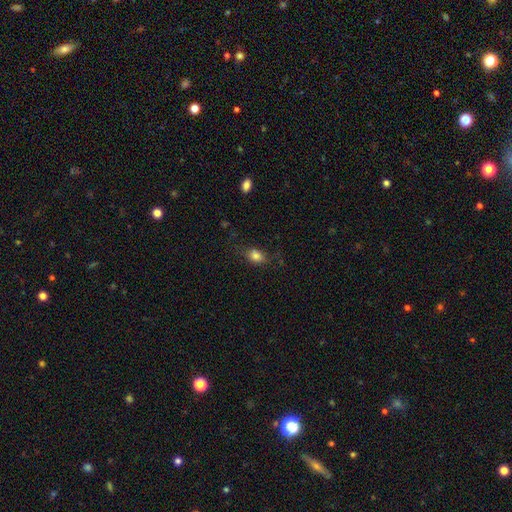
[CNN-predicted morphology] The model was most divided on "how rounded": in between: 71%, round: 27%, cigar-shaped: 2%. More confident: smooth or featured — smooth (81%); merging — none (68%).